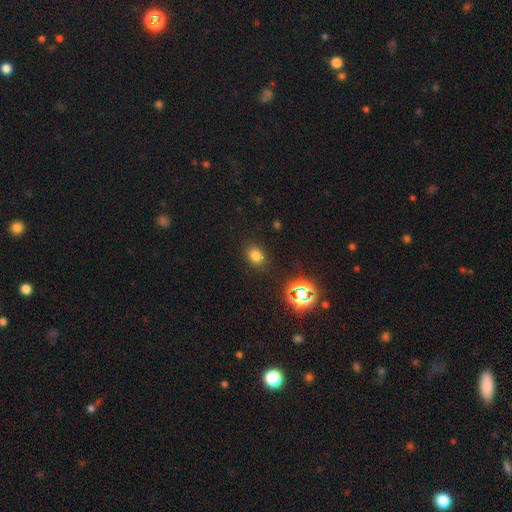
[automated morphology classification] Smooth or featured? smooth (75%)
How rounded? round (58%)
Merging? none (86%)